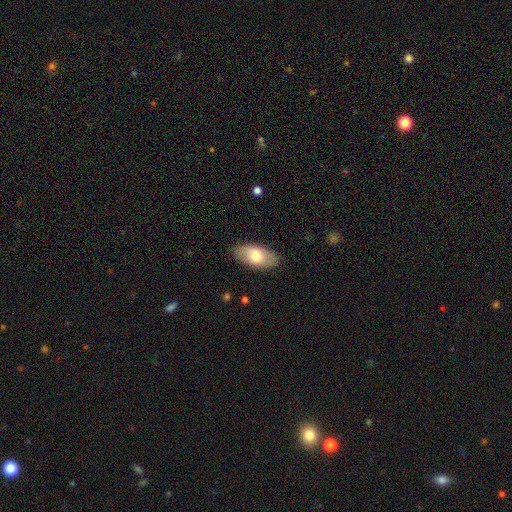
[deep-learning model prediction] Smooth or featured? Predicted: smooth (p=0.71). How rounded? Predicted: in between (p=0.92). Merging? Predicted: none (p=0.86).